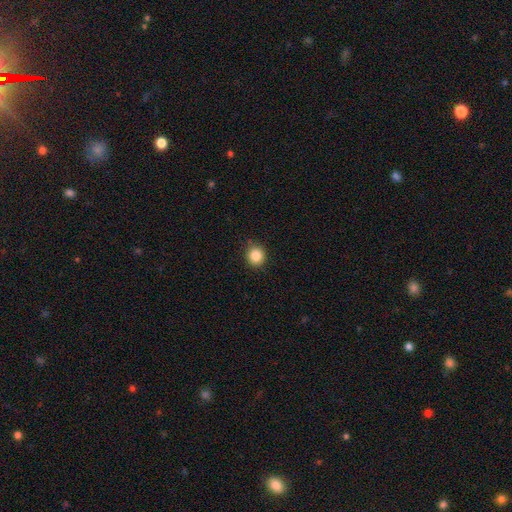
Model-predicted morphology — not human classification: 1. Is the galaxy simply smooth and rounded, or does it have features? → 86% smooth, 10% star or artifact, 4% featured or disk.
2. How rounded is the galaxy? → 87% round, 12% in between, 1% cigar-shaped.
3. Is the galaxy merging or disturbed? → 86% none, 11% minor disturbance, 2% major disturbance, 1% merger.